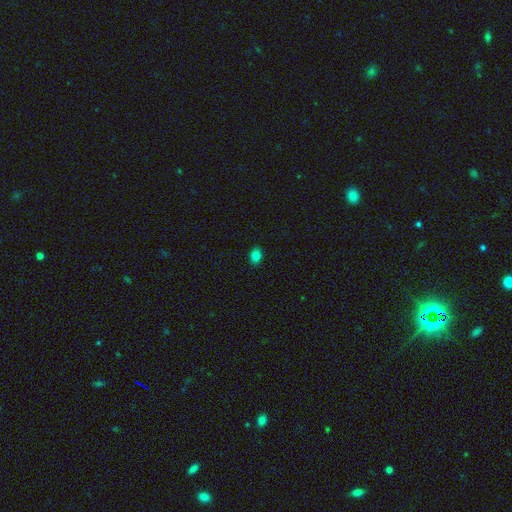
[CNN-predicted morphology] Smooth or featured?
  - smooth: 83% *
  - star or artifact: 12%
  - featured or disk: 5%
How rounded?
  - in between: 69% *
  - round: 30%
  - cigar-shaped: 1%
Merging?
  - none: 89% *
  - minor disturbance: 8%
  - major disturbance: 2%
  - merger: 1%